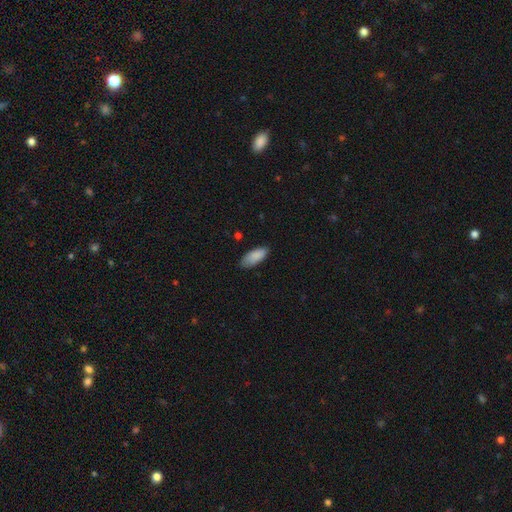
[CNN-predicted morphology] type=smooth (88%); roundness=in between (83%); merging=none (77%).